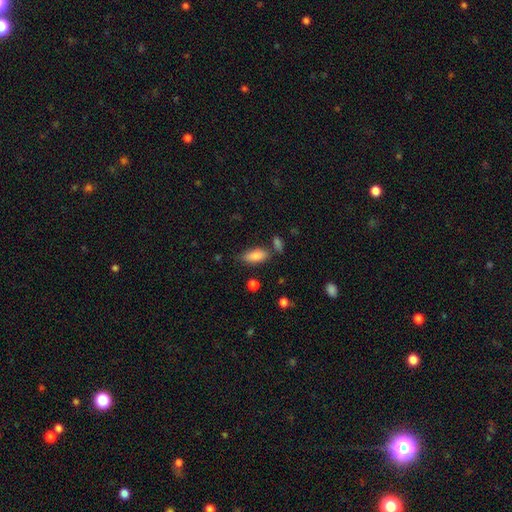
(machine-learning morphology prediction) type=smooth (84%); roundness=in between (85%); merging=none (71%).